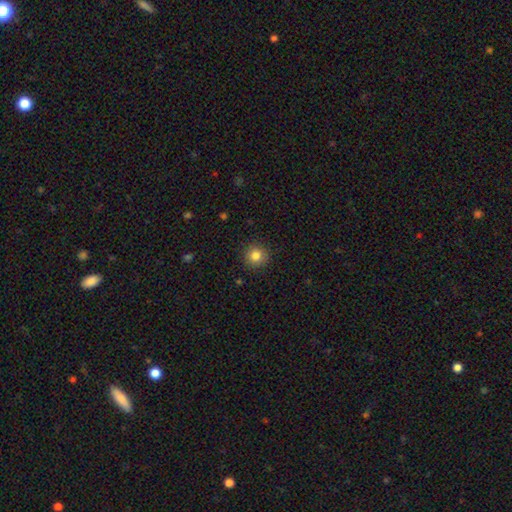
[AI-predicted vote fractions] This appears to be a smooth galaxy with no disk features (83%) that is round (94%). Merging: none (91%).